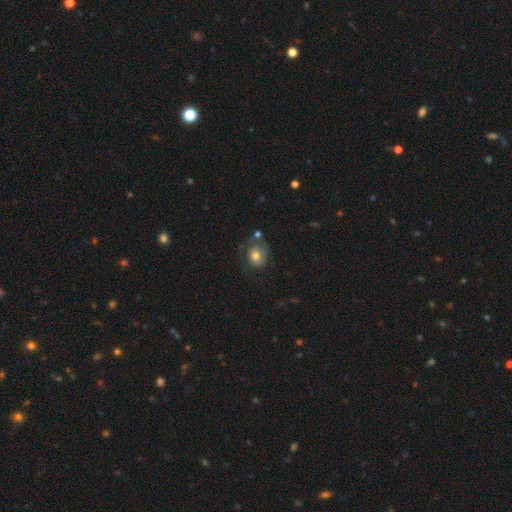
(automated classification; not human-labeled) smooth 61%, featured or disk 31%, star or artifact 8%. Down the decision tree: how rounded — round (59%); merging — none (44%).